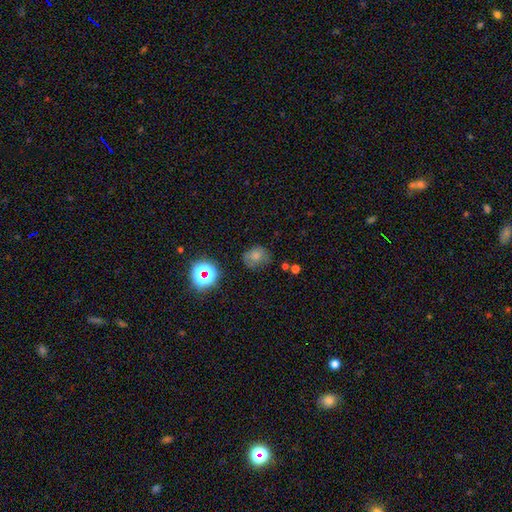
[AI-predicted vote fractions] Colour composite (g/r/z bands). It shows a smooth galaxy with no disk features (58%) that is round (60%). Merging: none (64%).